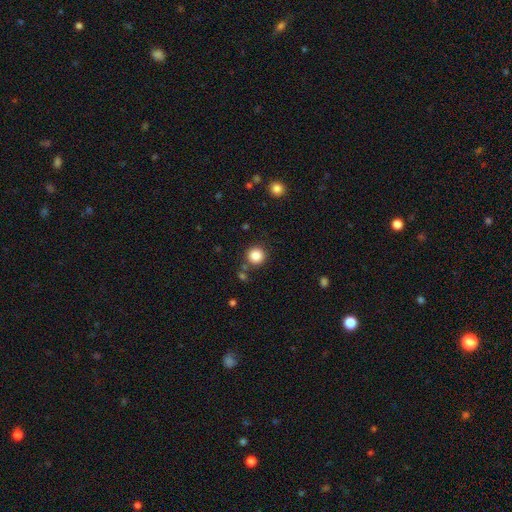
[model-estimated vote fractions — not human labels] Smooth or featured?
  - smooth: 85% *
  - star or artifact: 10%
  - featured or disk: 4%
How rounded?
  - round: 94% *
  - in between: 5%
  - cigar-shaped: 1%
Merging?
  - none: 85% *
  - minor disturbance: 7%
  - merger: 5%
  - major disturbance: 3%